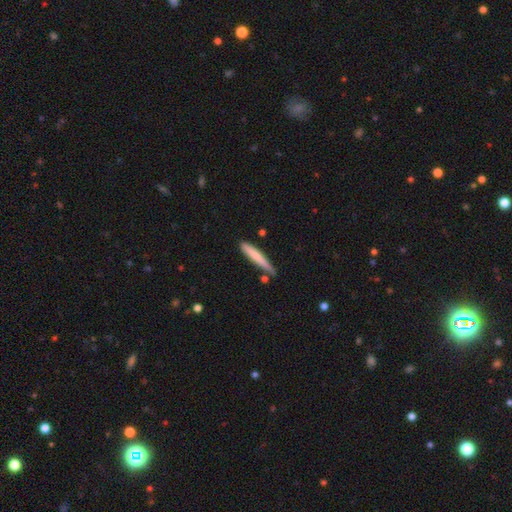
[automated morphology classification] Smooth or featured? smooth (73%)
How rounded? cigar-shaped (94%)
Merging? none (74%)